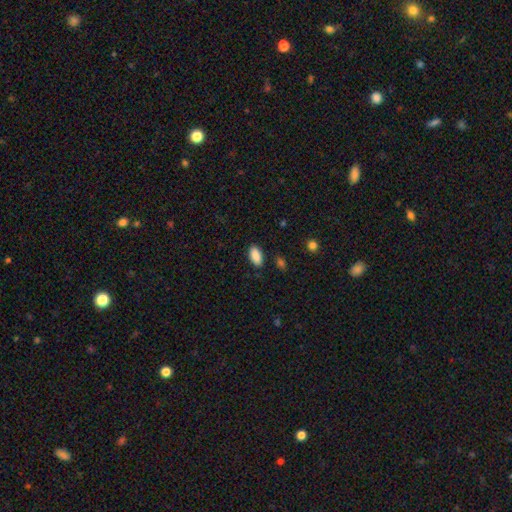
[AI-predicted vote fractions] This is clearly a smooth galaxy (89%). How rounded: clearly in between (91%). Merging: clearly none (87%).